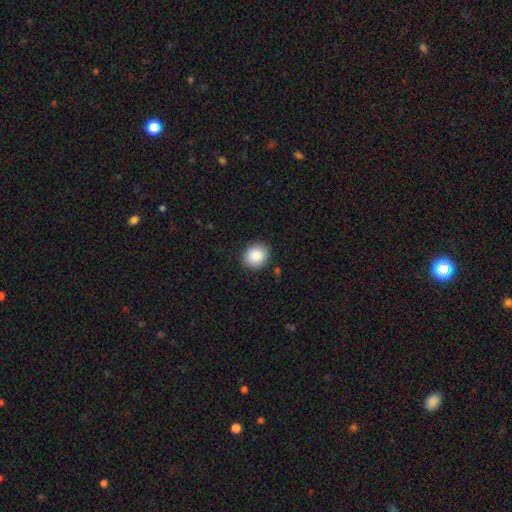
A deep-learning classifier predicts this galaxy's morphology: A smooth galaxy with no disk features (89%) that is round (76%). Merging: none (89%).